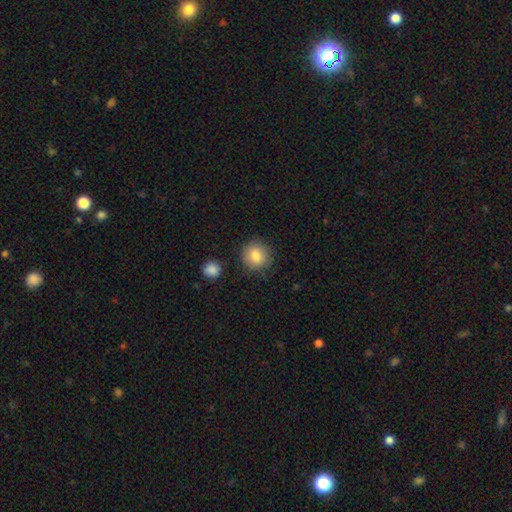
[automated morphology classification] Smooth or featured: smooth — 84% (star or artifact — 9%)
How rounded: round — 89% (in between — 10%)
Merging: none — 85% (minor disturbance — 10%)